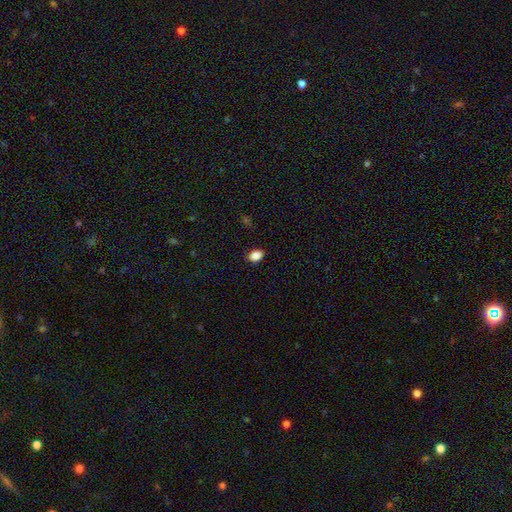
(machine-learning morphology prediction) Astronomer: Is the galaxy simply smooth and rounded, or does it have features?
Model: smooth — 87%.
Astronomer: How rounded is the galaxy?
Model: in between — 82%.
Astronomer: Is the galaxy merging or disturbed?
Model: none — 87%.